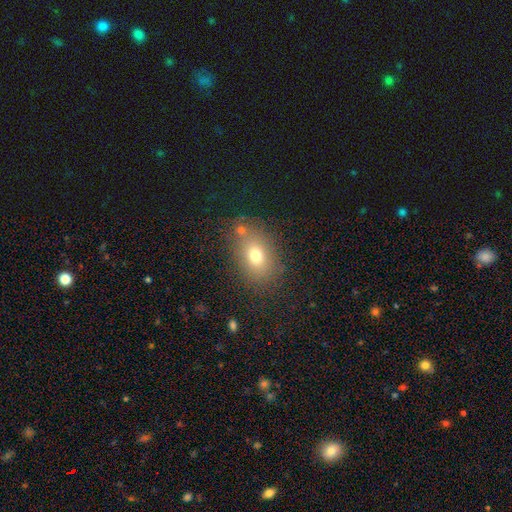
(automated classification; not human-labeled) The model was most divided on "how rounded": in between: 74%, round: 25%, cigar-shaped: 2%. More confident: merging — none (76%); smooth or featured — smooth (73%).